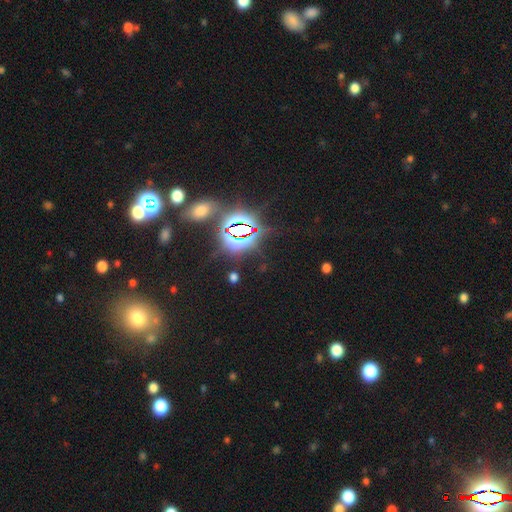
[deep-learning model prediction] Smooth or featured: star or artifact — 80% (smooth — 12%)